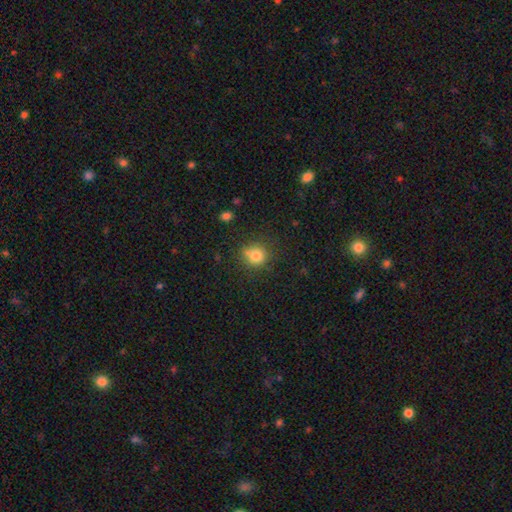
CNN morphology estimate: Smooth or featured: smooth — 80% (star or artifact — 12%)
How rounded: round — 85% (in between — 14%)
Merging: none — 69% (minor disturbance — 16%)